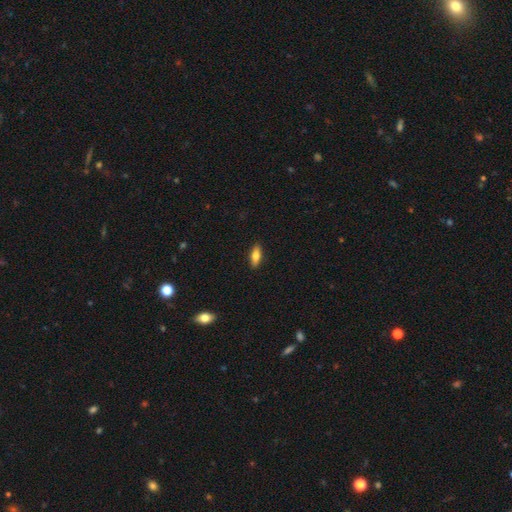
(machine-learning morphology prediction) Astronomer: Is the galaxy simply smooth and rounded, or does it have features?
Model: smooth — 73%.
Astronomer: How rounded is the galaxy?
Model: in between — 68%.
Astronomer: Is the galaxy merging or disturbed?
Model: none — 89%.